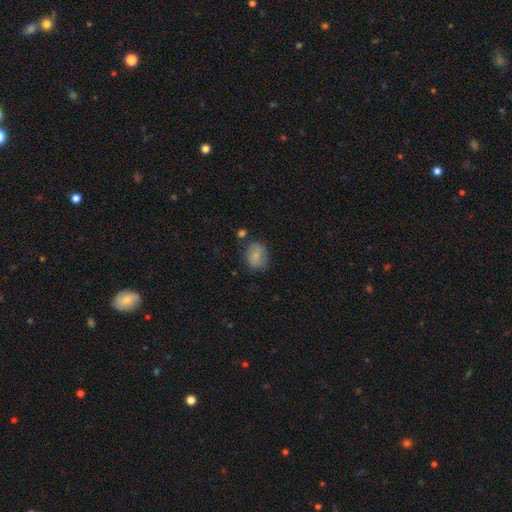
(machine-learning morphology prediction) Smooth or featured?
  - smooth: 77% *
  - featured or disk: 15%
  - star or artifact: 9%
How rounded?
  - in between: 57% *
  - round: 42%
  - cigar-shaped: 1%
Merging?
  - none: 68% *
  - minor disturbance: 20%
  - major disturbance: 6%
  - merger: 5%